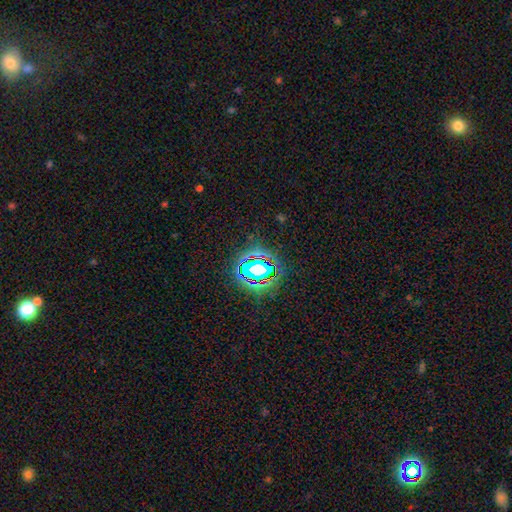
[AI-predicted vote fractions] star or artifact 72%, smooth 16%, featured or disk 12%.